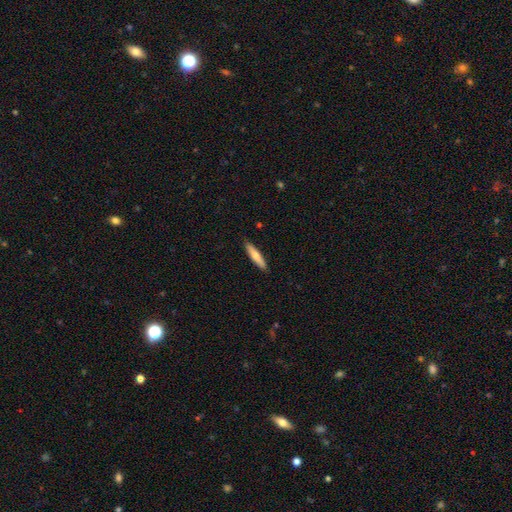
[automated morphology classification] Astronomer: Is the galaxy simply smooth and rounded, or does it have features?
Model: smooth — 66%.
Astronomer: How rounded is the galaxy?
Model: cigar-shaped — 84%.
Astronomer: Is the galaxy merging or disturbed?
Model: none — 90%.